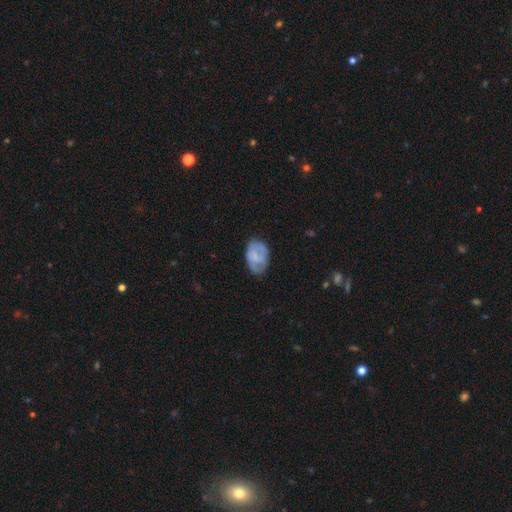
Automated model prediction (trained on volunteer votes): Smooth or featured: smooth — 56% (featured or disk — 37%)
How rounded: in between — 85% (round — 14%)
Merging: none — 67% (minor disturbance — 24%)